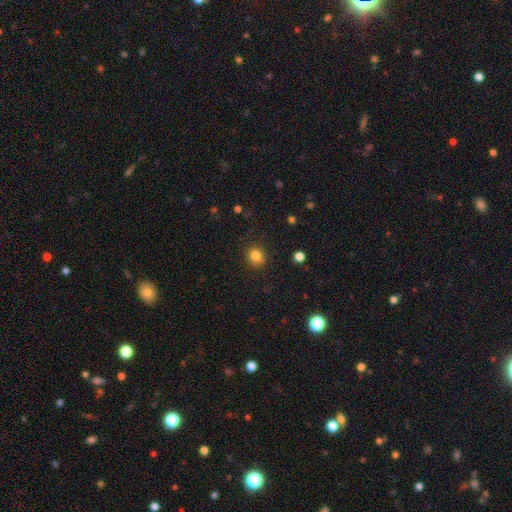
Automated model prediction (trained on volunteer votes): smooth-or-featured: smooth: 83% | star or artifact: 12% | featured or disk: 5%
  how-rounded: round: 80% | in between: 19% | cigar-shaped: 1%
  merging: none: 84% | minor disturbance: 11% | major disturbance: 3% | merger: 2%